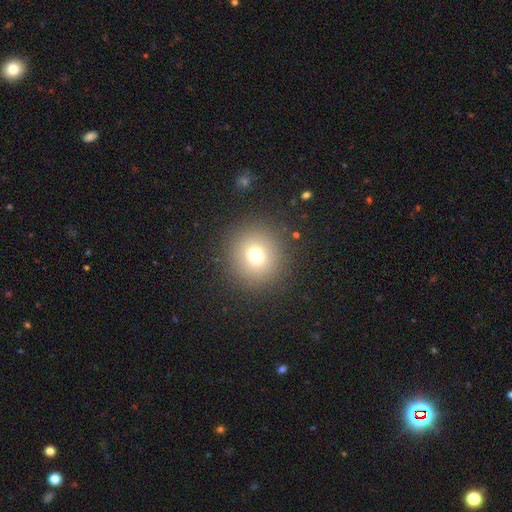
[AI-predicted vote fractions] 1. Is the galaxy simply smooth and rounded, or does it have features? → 73% smooth, 16% star or artifact, 11% featured or disk.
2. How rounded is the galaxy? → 91% round, 8% in between, 1% cigar-shaped.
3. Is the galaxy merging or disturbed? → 89% none, 6% minor disturbance, 4% major disturbance, 1% merger.